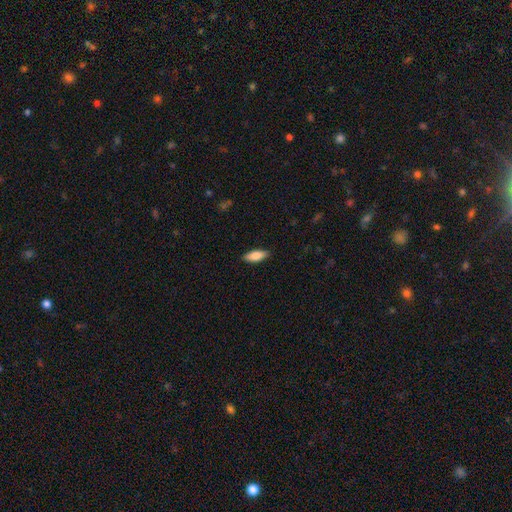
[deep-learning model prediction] The model was most divided on "how rounded": in between: 76%, cigar-shaped: 22%, round: 2%. More confident: merging — none (88%); smooth or featured — smooth (85%).